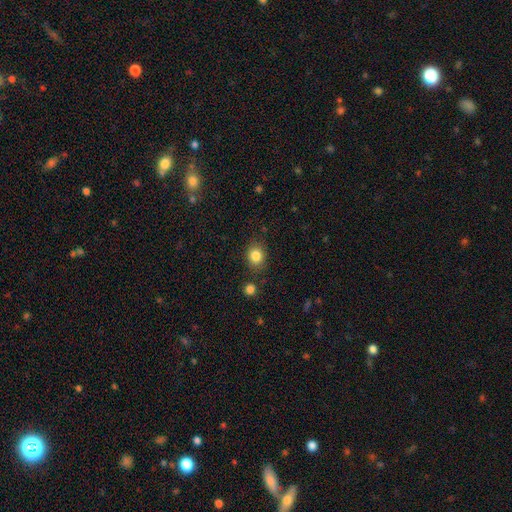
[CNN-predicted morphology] The model was most divided on "how rounded": round: 62%, in between: 37%, cigar-shaped: 1%. More confident: smooth or featured — smooth (84%); merging — none (81%).